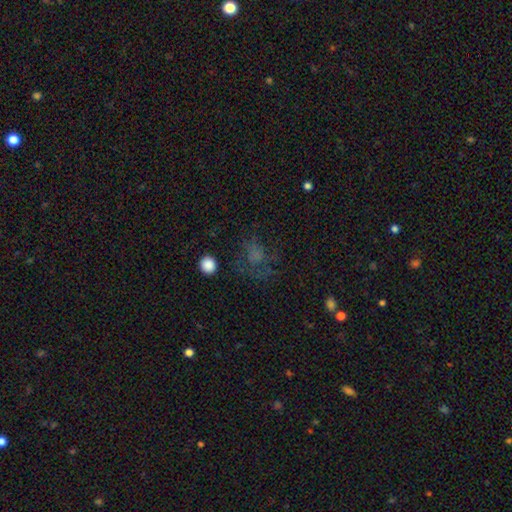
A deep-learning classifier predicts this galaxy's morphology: smooth-or-featured: smooth: 44% | featured or disk: 29% | star or artifact: 27%
  merging: none: 49% | major disturbance: 29% | minor disturbance: 19% | merger: 3%